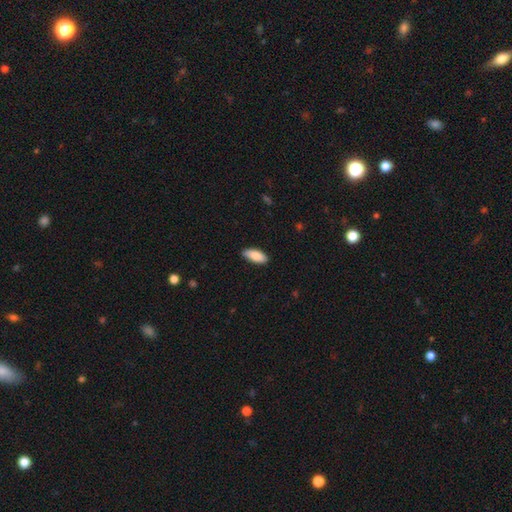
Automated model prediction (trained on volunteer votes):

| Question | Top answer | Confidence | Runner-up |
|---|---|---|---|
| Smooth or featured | smooth | 84% | featured or disk (10%) |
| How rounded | in between | 84% | cigar-shaped (14%) |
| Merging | none | 86% | minor disturbance (11%) |